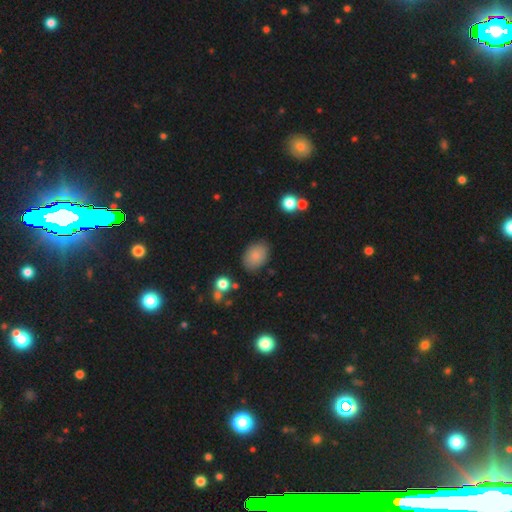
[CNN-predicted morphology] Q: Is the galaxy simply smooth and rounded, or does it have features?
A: smooth — 83%.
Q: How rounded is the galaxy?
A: in between — 80%.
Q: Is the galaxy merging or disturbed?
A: none — 82%.